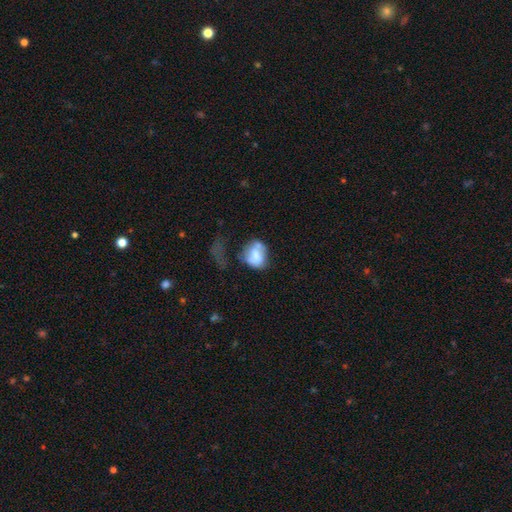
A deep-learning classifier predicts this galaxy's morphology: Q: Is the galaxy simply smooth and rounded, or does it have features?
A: smooth — 62%.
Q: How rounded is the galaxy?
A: round — 50%.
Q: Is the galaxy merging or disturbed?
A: major disturbance — 34%.